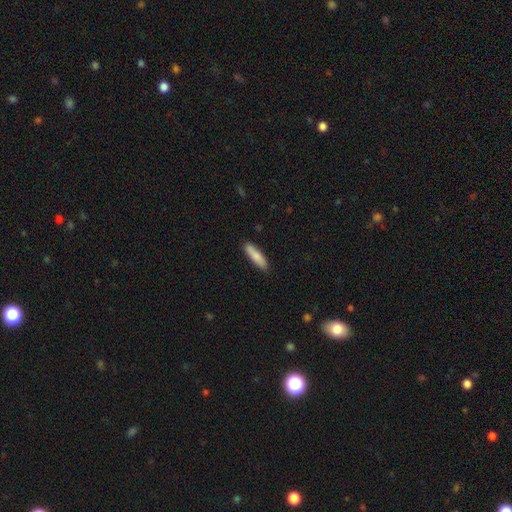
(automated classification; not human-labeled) smooth 84%, featured or disk 11%, star or artifact 6%. Down the decision tree: how rounded — cigar-shaped (70%); merging — none (86%).